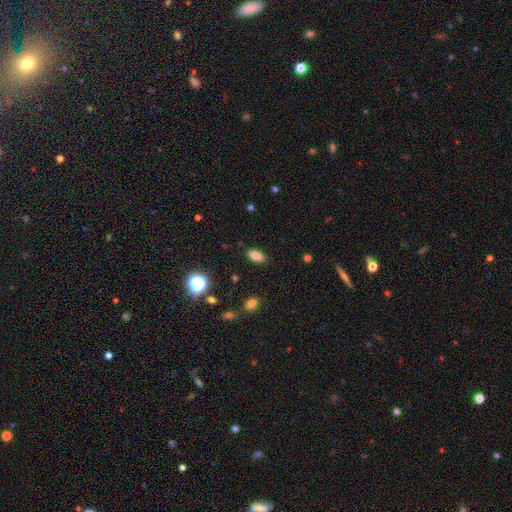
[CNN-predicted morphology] The model was most divided on "smooth or featured": smooth: 81%, star or artifact: 12%, featured or disk: 7%. More confident: merging — none (88%); how rounded — in between (83%).